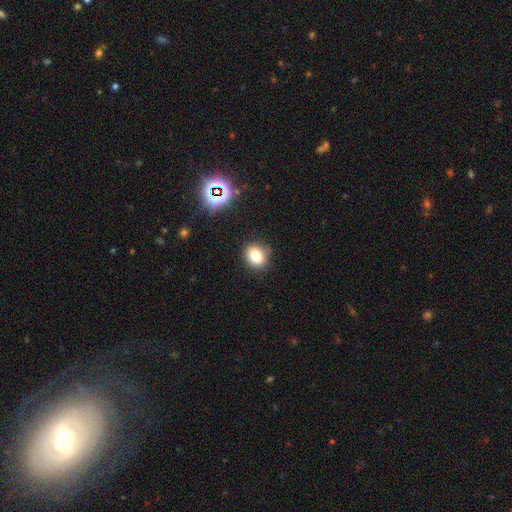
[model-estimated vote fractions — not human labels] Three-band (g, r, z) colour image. It shows a smooth galaxy with no disk features (80%) that is round (64%). Merging: none (81%).